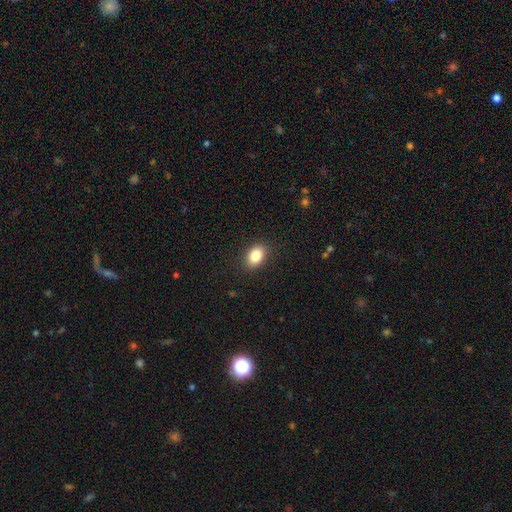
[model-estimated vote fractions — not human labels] smooth-or-featured: smooth: 85% | star or artifact: 9% | featured or disk: 6%
  how-rounded: in between: 78% | round: 21% | cigar-shaped: 1%
  merging: none: 88% | minor disturbance: 9% | major disturbance: 3% | merger: 1%